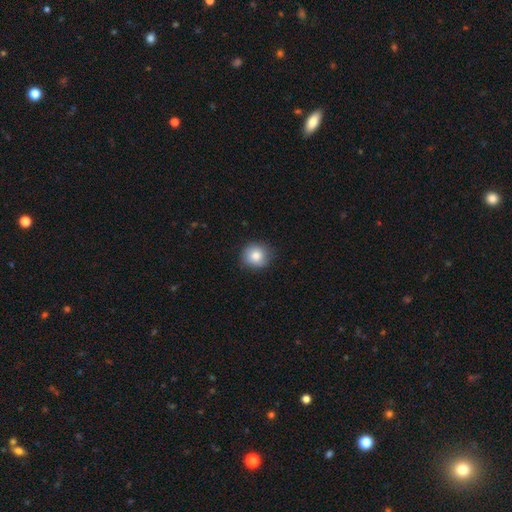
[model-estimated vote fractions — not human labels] smooth_or_featured: smooth (p=0.83) [alt: star or artifact p=0.09]
how_rounded: round (p=0.85) [alt: in between p=0.14]
merging: none (p=0.84) [alt: minor disturbance p=0.13]